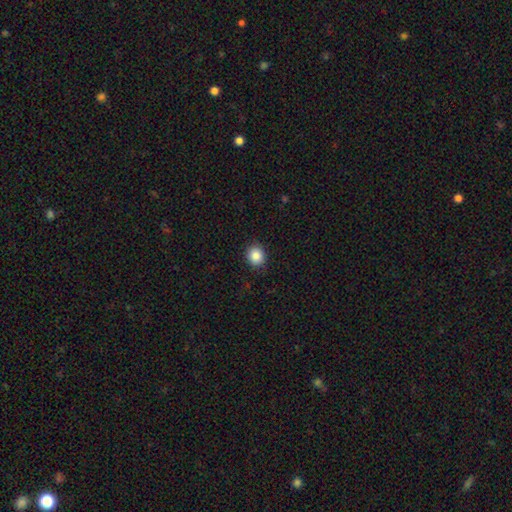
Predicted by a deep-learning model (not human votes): smooth 87%, star or artifact 9%, featured or disk 4%. Down the decision tree: how rounded — round (75%); merging — none (88%).